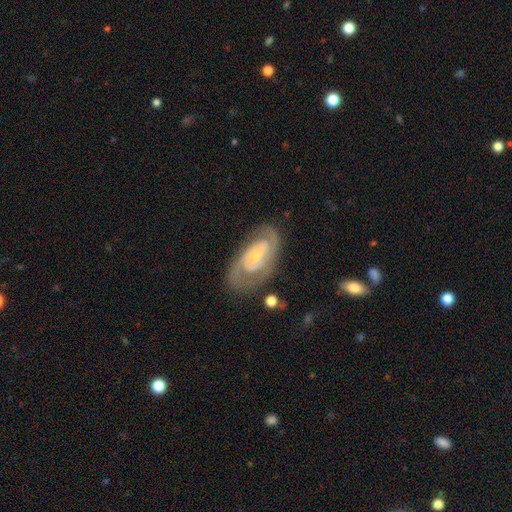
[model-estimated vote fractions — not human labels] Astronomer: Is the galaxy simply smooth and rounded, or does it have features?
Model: featured or disk — 84%.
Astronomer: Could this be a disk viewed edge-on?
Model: no — 95%.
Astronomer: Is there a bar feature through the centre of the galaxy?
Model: no — 55% (runner-up: weak, 34%).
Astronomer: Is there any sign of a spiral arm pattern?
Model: yes — 91%.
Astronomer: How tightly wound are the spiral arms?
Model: tight — 52% (runner-up: medium, 39%).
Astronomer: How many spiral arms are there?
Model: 2 — 72%.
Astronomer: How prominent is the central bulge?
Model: small — 65%.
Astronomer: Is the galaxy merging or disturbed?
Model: none — 71%.